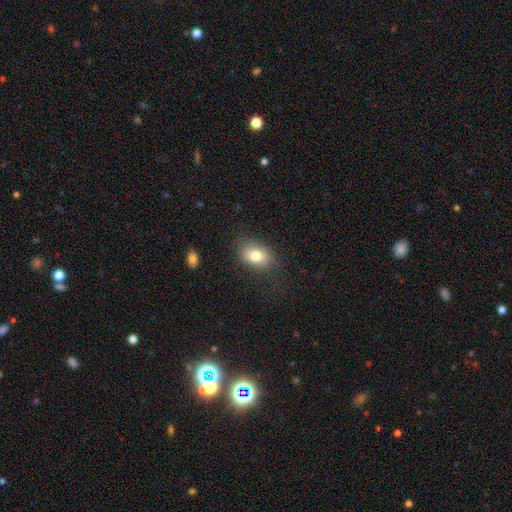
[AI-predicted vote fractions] Smooth or featured? Predicted: smooth (p=0.78). How rounded? Predicted: in between (p=0.77). Merging? Predicted: none (p=0.75).